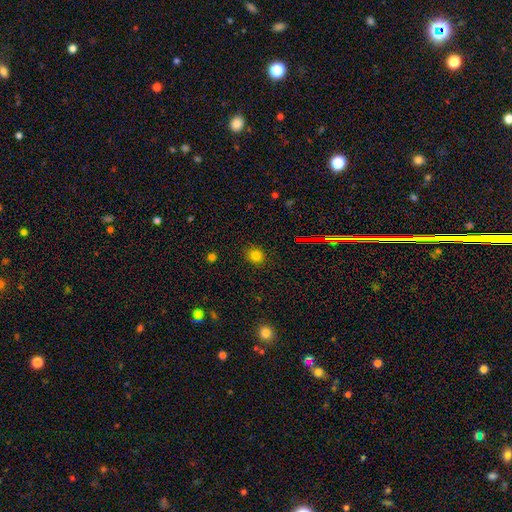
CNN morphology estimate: smooth 79%, star or artifact 16%, featured or disk 6%. Down the decision tree: how rounded — round (79%); merging — none (88%).